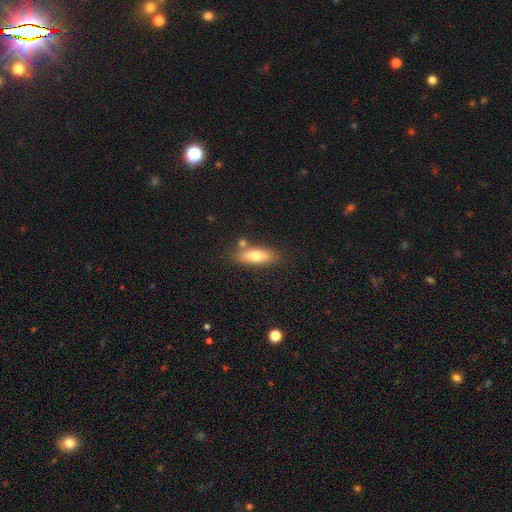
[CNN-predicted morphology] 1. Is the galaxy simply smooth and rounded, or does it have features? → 71% smooth, 21% featured or disk, 7% star or artifact.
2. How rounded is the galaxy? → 57% in between, 40% cigar-shaped, 3% round.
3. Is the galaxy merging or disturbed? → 74% none, 14% minor disturbance, 9% merger, 3% major disturbance.